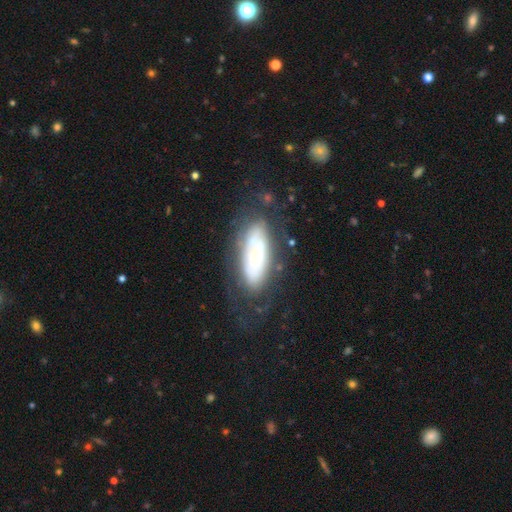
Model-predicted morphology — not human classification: The model was most divided on "smooth or featured": featured or disk: 59%, smooth: 33%, star or artifact: 8%. More confident: edge-on disk — no (83%); merging — none (64%).